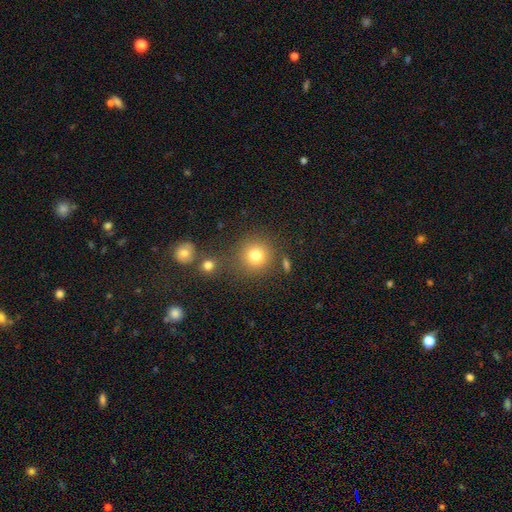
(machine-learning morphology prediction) smooth_or_featured: smooth (p=0.79) [alt: star or artifact p=0.13]
how_rounded: round (p=0.92) [alt: in between p=0.07]
merging: none (p=0.77) [alt: minor disturbance p=0.09]